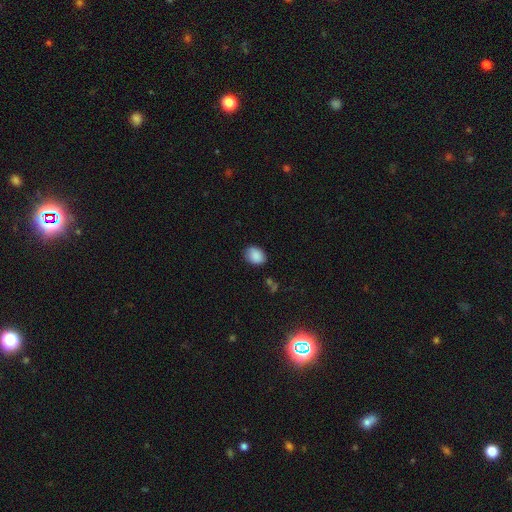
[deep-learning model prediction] smooth_or_featured: smooth (p=0.88) [alt: star or artifact p=0.08]
how_rounded: in between (p=0.69) [alt: round p=0.30]
merging: none (p=0.76) [alt: minor disturbance p=0.18]